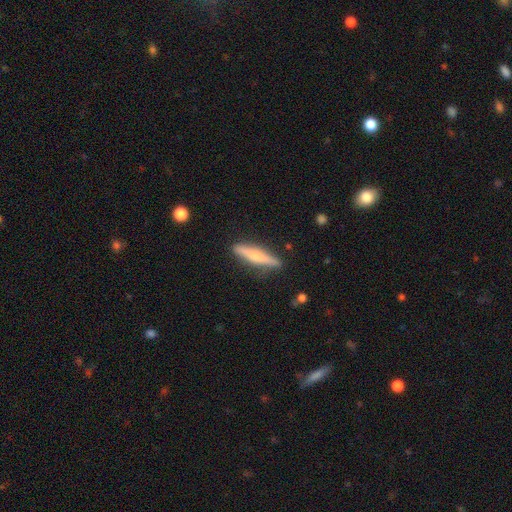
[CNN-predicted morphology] Overall: featured or disk (48%; smooth 46%). Merging: none (87%).